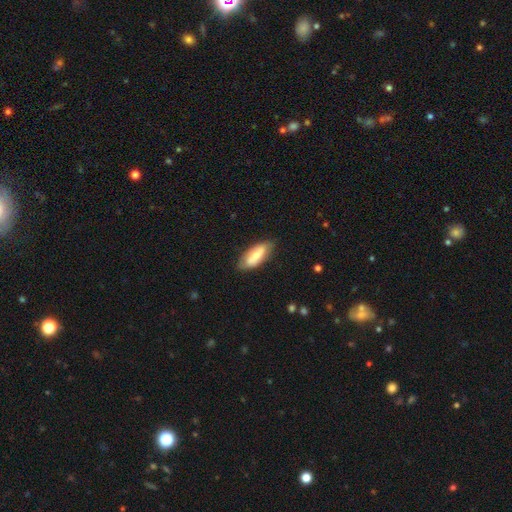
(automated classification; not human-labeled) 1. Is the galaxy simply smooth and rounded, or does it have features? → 61% smooth, 33% featured or disk, 6% star or artifact.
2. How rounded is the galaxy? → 79% in between, 19% cigar-shaped, 2% round.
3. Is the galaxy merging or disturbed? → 79% none, 16% minor disturbance, 3% major disturbance, 1% merger.